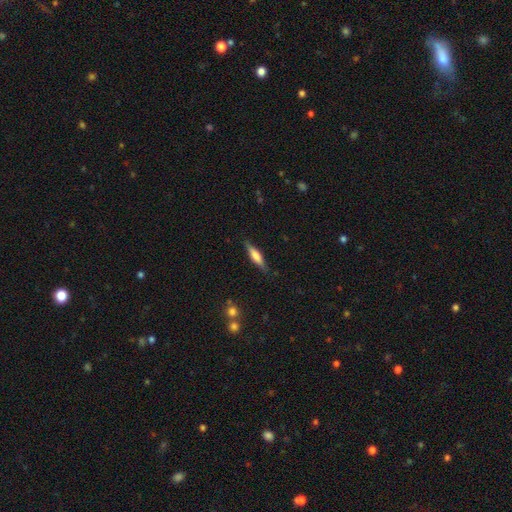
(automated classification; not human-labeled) A smooth galaxy with no disk features (51%) that is cigar-shaped (77%).

Vote fractions:
- Smooth or featured? smooth: 51% / featured or disk: 43% / star or artifact: 6%
- How rounded? cigar-shaped: 77% / in between: 21% / round: 2%
- Merging? none: 86% / minor disturbance: 11% / major disturbance: 2% / merger: 1%